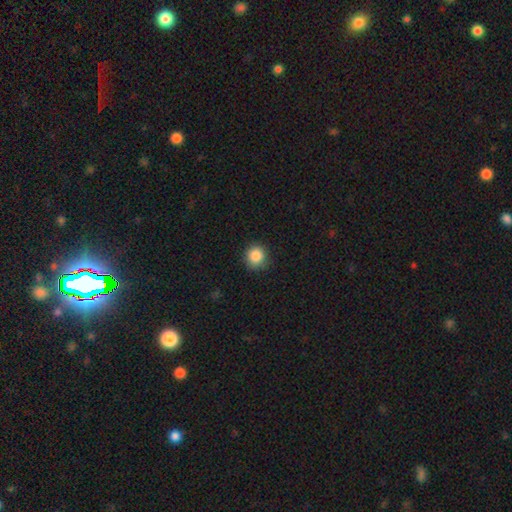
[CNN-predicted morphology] smooth-or-featured: smooth: 87% | star or artifact: 10% | featured or disk: 3%
  how-rounded: round: 92% | in between: 7% | cigar-shaped: 1%
  merging: none: 89% | minor disturbance: 8% | major disturbance: 2% | merger: 1%